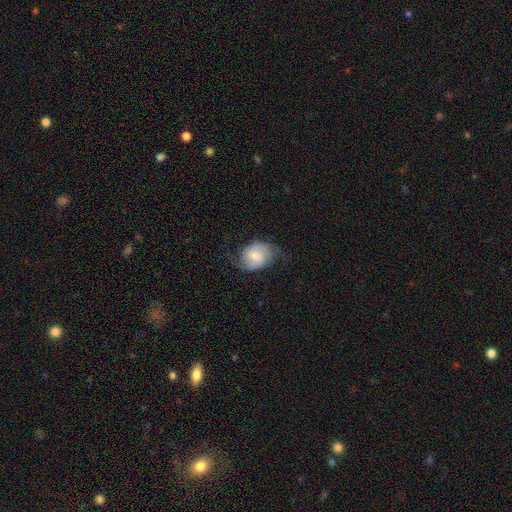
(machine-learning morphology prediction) This is likely a featured or disk galaxy (73%). It is clearly not viewed edge-on (98%). Bar: possibly no (52%). Spiral arm pattern: clearly yes (95%). Spiral arm count: clearly 2 (89%). Spiral winding: marginally medium (45%). Central bulge: possibly moderate (47%). Merging: likely none (68%).